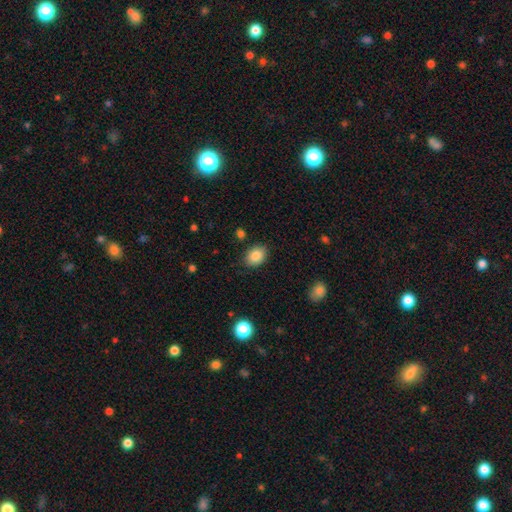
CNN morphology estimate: This appears to be a smooth galaxy with no disk features (86%) that is in between round and cigar-shaped (75%). Merging: none (86%).